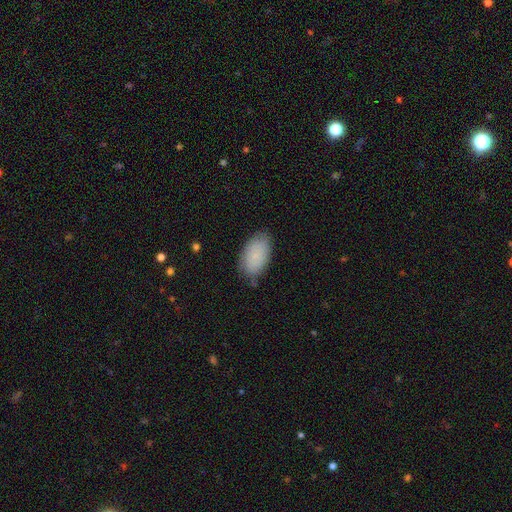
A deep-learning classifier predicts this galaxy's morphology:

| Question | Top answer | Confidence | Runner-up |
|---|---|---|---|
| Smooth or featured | smooth | 82% | featured or disk (11%) |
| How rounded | in between | 94% | round (4%) |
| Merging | none | 76% | minor disturbance (19%) |